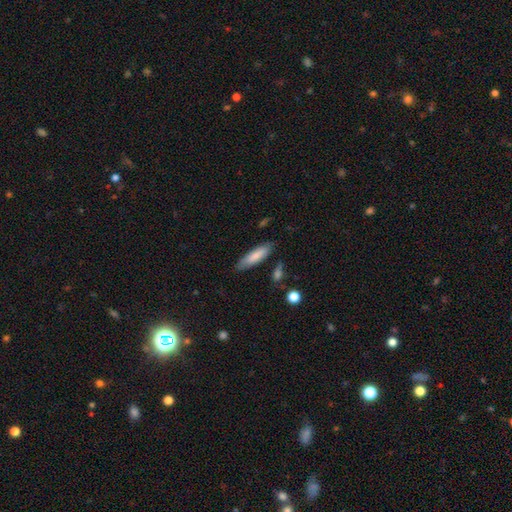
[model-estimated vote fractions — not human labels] smooth 81%, featured or disk 13%, star or artifact 6%. Down the decision tree: how rounded — cigar-shaped (66%); merging — none (81%).